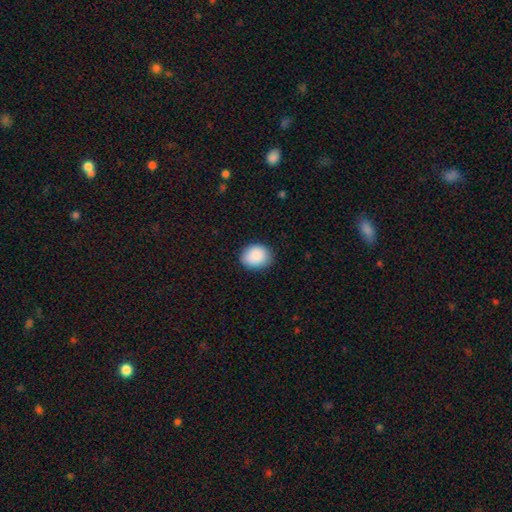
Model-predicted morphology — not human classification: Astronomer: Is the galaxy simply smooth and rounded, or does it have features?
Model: smooth — 88%.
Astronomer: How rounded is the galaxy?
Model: round — 53% (runner-up: in between, 46%).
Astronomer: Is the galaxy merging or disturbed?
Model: none — 84%.